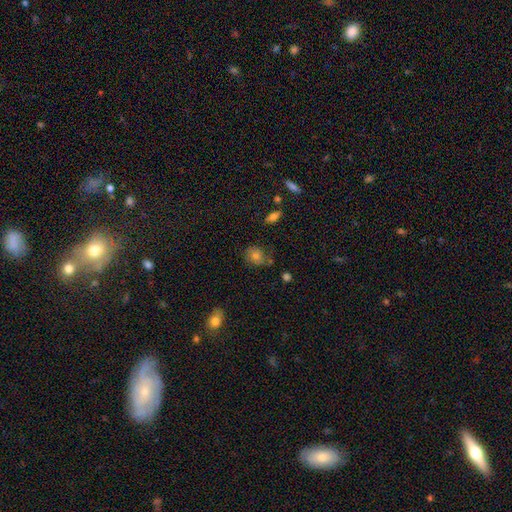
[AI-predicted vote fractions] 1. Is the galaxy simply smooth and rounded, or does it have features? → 72% smooth, 15% featured or disk, 13% star or artifact.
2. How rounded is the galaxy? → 64% round, 35% in between, 1% cigar-shaped.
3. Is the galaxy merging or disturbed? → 67% none, 22% minor disturbance, 6% major disturbance, 5% merger.